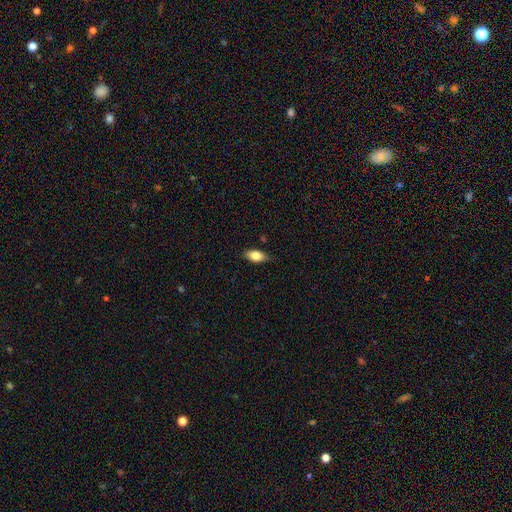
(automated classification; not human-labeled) smooth-or-featured: smooth: 78% | featured or disk: 15% | star or artifact: 7%
  how-rounded: in between: 86% | cigar-shaped: 8% | round: 6%
  merging: none: 80% | minor disturbance: 16% | major disturbance: 3% | merger: 1%